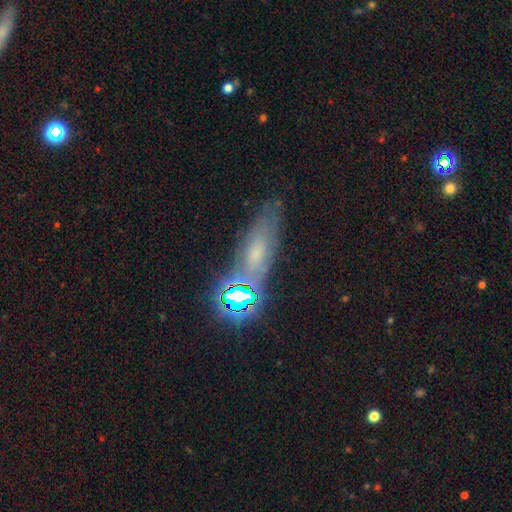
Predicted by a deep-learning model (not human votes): Morphology: type=smooth (39%); merging=none (66%).